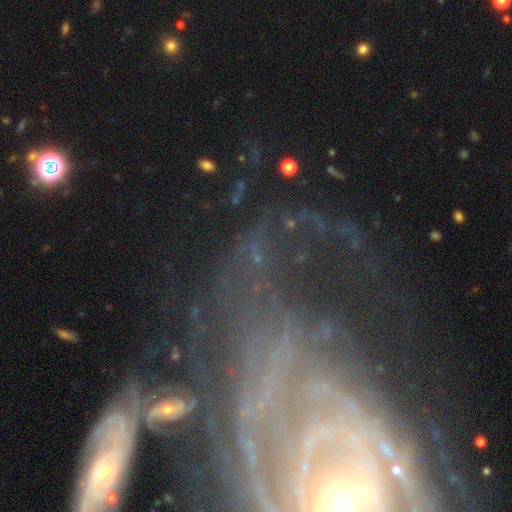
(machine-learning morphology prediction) A featured or disk galaxy (61%) with no bar (45%), spiral arms (84%) and a small central bulge (55%). Merging: none (59%).